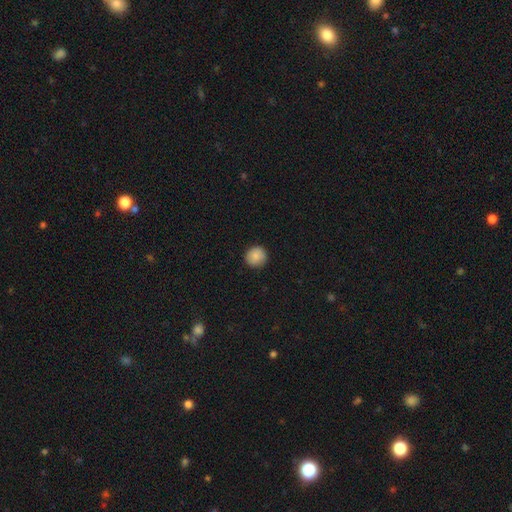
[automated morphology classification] Smooth or featured? smooth (86%)
How rounded? round (93%)
Merging? none (90%)